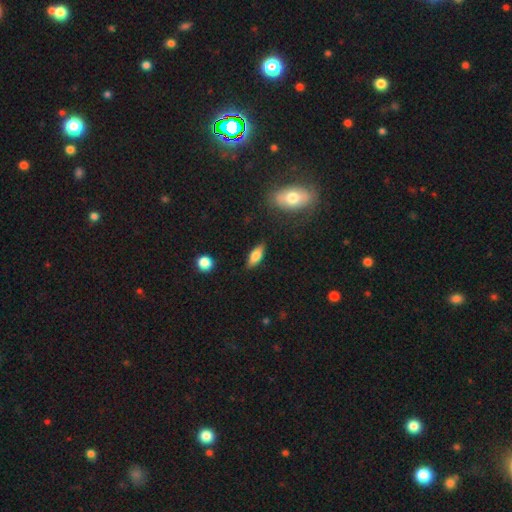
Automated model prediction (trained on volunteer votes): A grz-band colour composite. It shows a smooth galaxy with no disk features (70%) that is in between round and cigar-shaped (73%). Merging: none (84%).